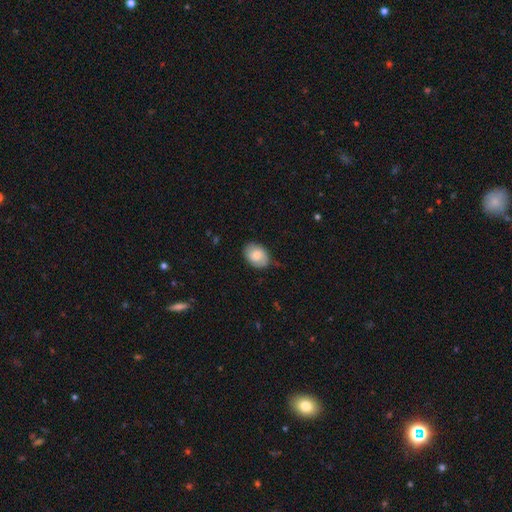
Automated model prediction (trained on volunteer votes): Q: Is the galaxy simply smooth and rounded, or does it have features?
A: smooth — 75%.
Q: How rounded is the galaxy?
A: in between — 73%.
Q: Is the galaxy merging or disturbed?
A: none — 73%.